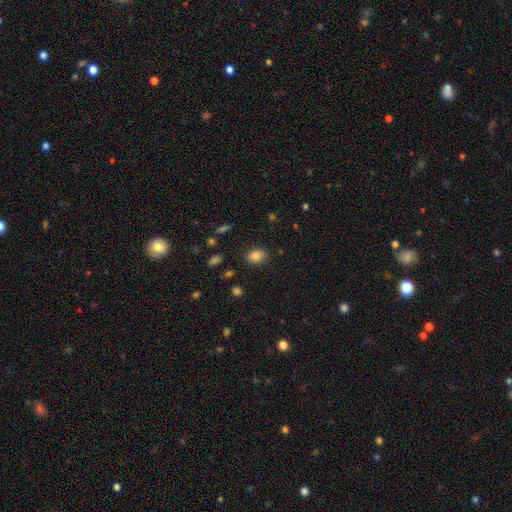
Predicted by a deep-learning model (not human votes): The model was most divided on "how rounded": in between: 58%, round: 41%, cigar-shaped: 1%. More confident: smooth or featured — smooth (84%); merging — none (83%).